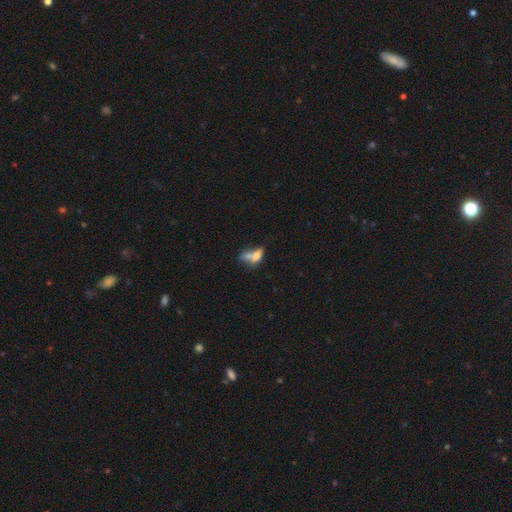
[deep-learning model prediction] Q: Smooth or featured?
A: smooth (59%); runner-up: featured or disk (30%)
Q: How rounded?
A: in between (68%); runner-up: cigar-shaped (19%)
Q: Merging?
A: merger (52%); runner-up: none (24%)